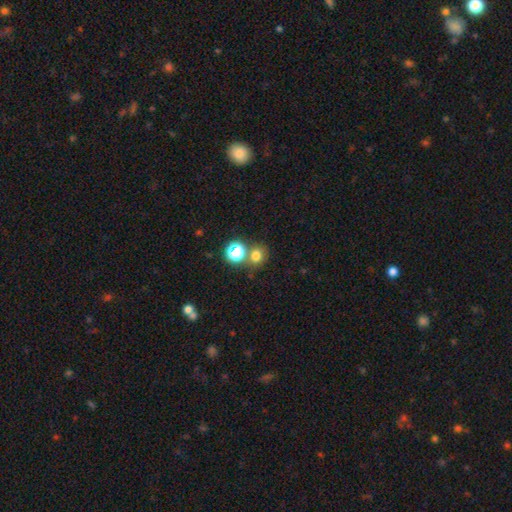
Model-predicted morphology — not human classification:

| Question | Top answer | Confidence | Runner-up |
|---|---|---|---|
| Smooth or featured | smooth | 71% | star or artifact (21%) |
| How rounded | round | 76% | in between (23%) |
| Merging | none | 64% | merger (24%) |